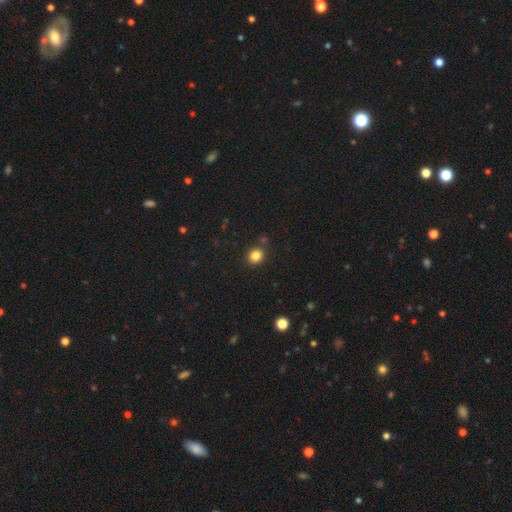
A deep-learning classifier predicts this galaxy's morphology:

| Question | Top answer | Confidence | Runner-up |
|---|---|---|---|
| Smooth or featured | smooth | 83% | star or artifact (12%) |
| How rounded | round | 87% | in between (12%) |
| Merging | none | 85% | minor disturbance (8%) |